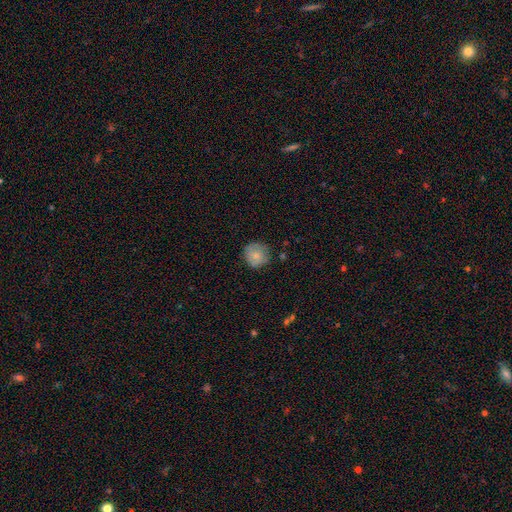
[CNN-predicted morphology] Smooth or featured: smooth — 76% (featured or disk — 16%)
How rounded: round — 90% (in between — 9%)
Merging: none — 73% (minor disturbance — 20%)